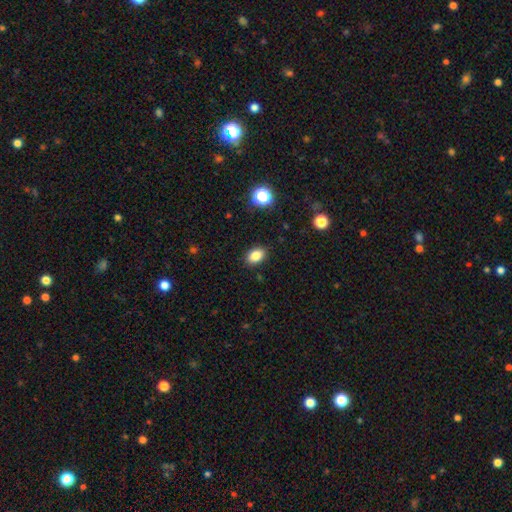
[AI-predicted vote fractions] smooth-or-featured: smooth: 85% | star or artifact: 10% | featured or disk: 5%
  how-rounded: in between: 81% | round: 18% | cigar-shaped: 1%
  merging: none: 88% | minor disturbance: 8% | major disturbance: 2% | merger: 1%